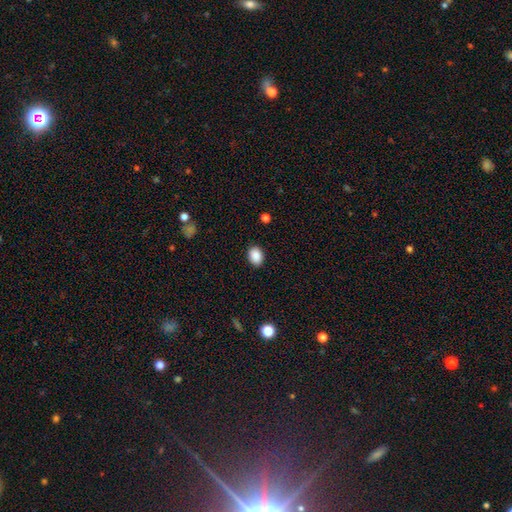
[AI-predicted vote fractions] Smooth or featured?
  - smooth: 89% *
  - star or artifact: 8%
  - featured or disk: 3%
How rounded?
  - in between: 73% *
  - round: 26%
  - cigar-shaped: 1%
Merging?
  - none: 87% *
  - minor disturbance: 10%
  - major disturbance: 2%
  - merger: 1%